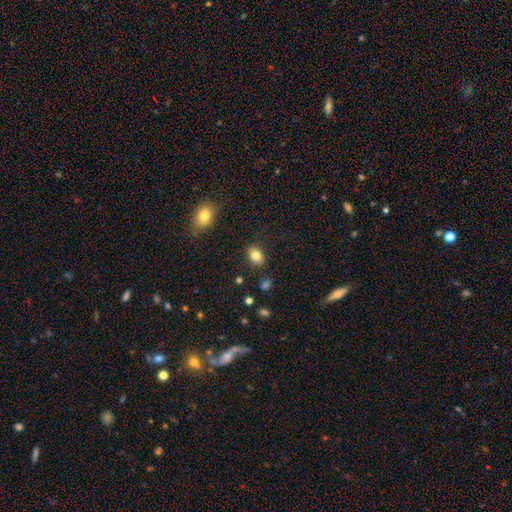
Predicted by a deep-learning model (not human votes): This is clearly a smooth galaxy (82%). How rounded: likely in between (70%). Merging: clearly none (84%).